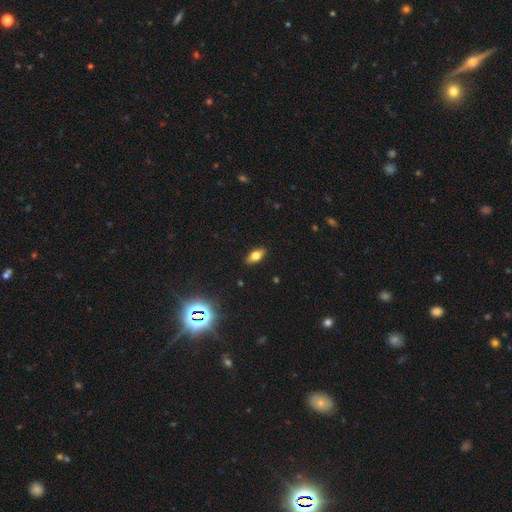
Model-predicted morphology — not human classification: Overall: smooth (69%). How rounded: in between (85%). Merging: none (89%).